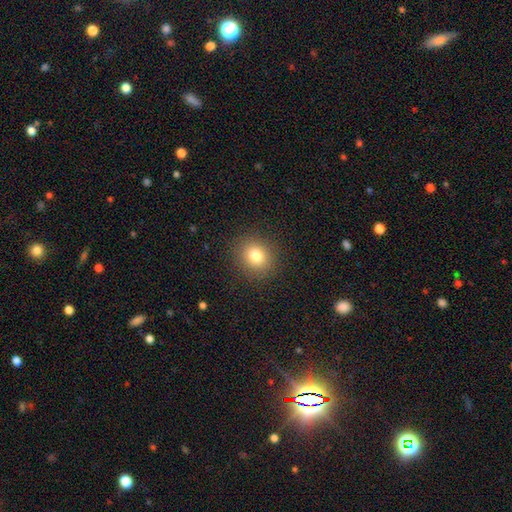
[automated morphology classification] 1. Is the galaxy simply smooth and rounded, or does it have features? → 80% smooth, 12% star or artifact, 8% featured or disk.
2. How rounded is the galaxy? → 82% round, 17% in between, 1% cigar-shaped.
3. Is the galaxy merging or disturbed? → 89% none, 7% minor disturbance, 3% major disturbance, 1% merger.